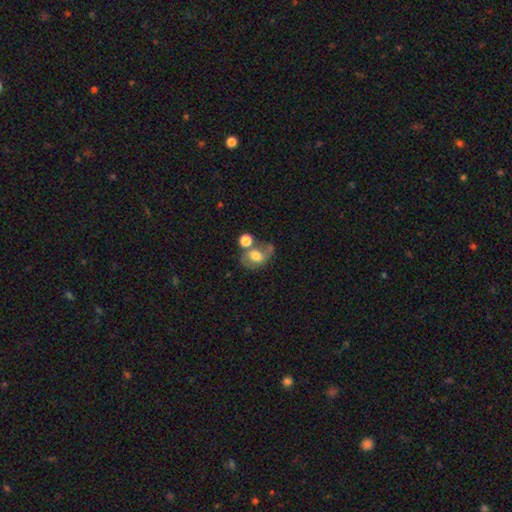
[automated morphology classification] Q: Smooth or featured?
A: smooth (51%); runner-up: featured or disk (39%)
Q: How rounded?
A: in between (60%); runner-up: round (38%)
Q: Merging?
A: none (41%); runner-up: merger (26%)